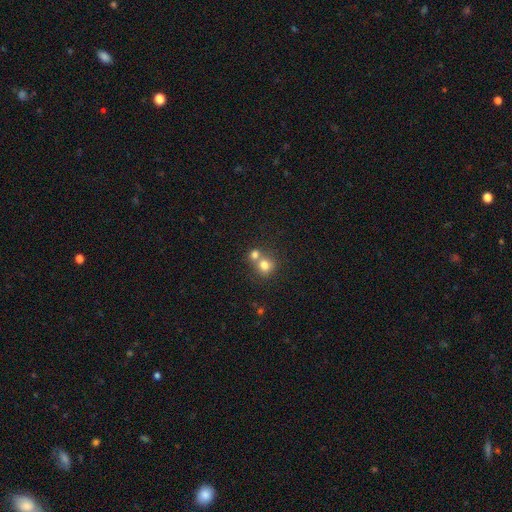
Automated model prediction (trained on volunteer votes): This appears to be a smooth galaxy with no disk features (71%) that is round (86%). Merging: merger (46%, tied with none).